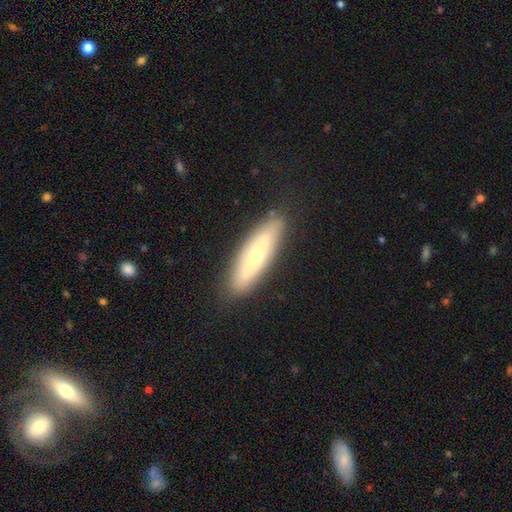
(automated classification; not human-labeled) A smooth galaxy with no disk features (47%).

Vote fractions:
- Smooth or featured? smooth: 47% / featured or disk: 46% / star or artifact: 7%
- Merging? none: 85% / minor disturbance: 11% / major disturbance: 3% / merger: 1%